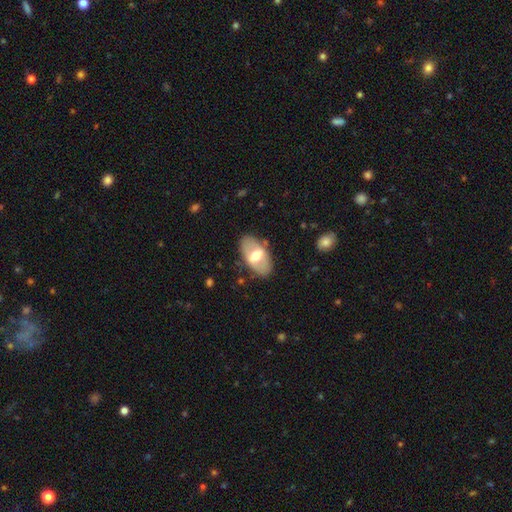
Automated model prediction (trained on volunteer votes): Q: Smooth or featured?
A: smooth (48%); runner-up: featured or disk (46%)
Q: Merging?
A: none (80%); runner-up: minor disturbance (14%)